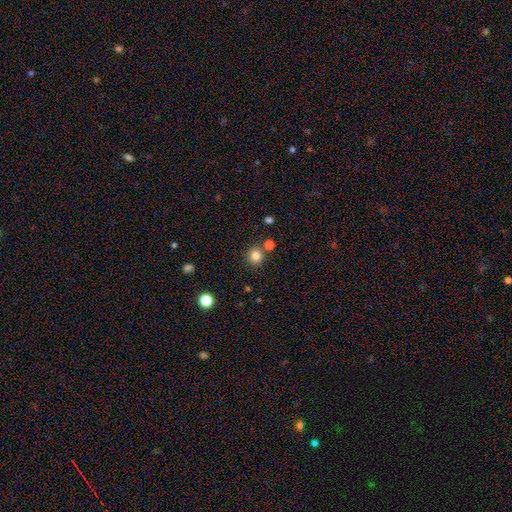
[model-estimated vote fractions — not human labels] This appears to be a smooth galaxy with no disk features (82%) that is round (89%). Merging: none (82%).